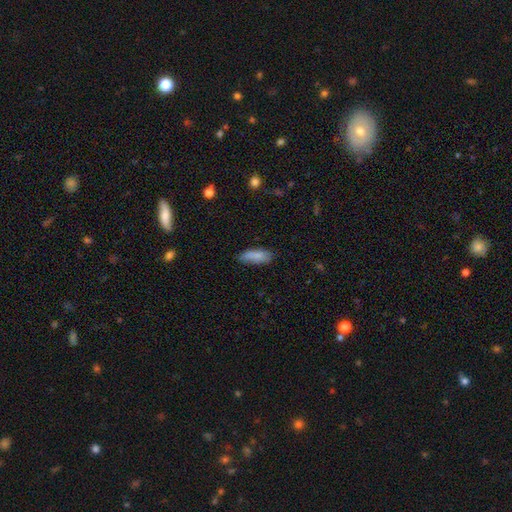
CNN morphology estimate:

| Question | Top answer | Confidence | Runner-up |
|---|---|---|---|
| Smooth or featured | smooth | 84% | featured or disk (9%) |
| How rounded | in between | 70% | cigar-shaped (29%) |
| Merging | none | 71% | minor disturbance (22%) |